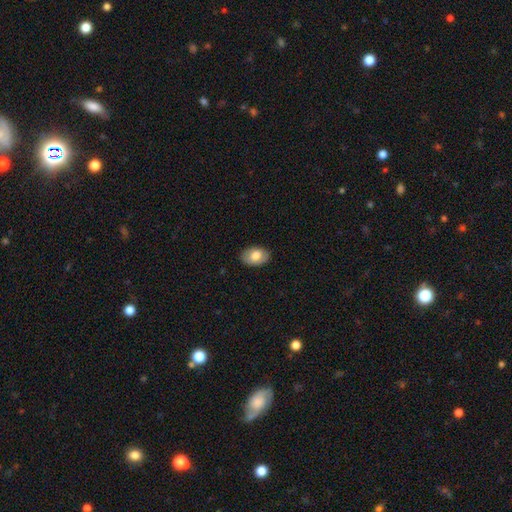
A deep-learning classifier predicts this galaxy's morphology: Smooth or featured?
  - smooth: 79% *
  - featured or disk: 15%
  - star or artifact: 6%
How rounded?
  - in between: 88% *
  - round: 11%
  - cigar-shaped: 1%
Merging?
  - none: 86% *
  - minor disturbance: 11%
  - major disturbance: 2%
  - merger: 1%